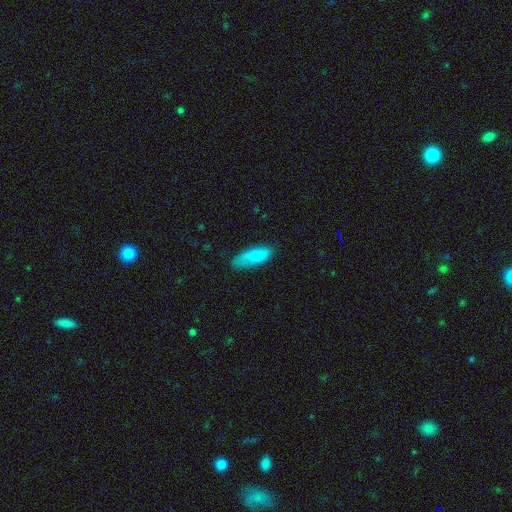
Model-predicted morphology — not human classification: Smooth or featured: smooth — 80% (featured or disk — 14%)
How rounded: in between — 75% (cigar-shaped — 23%)
Merging: none — 74% (minor disturbance — 20%)